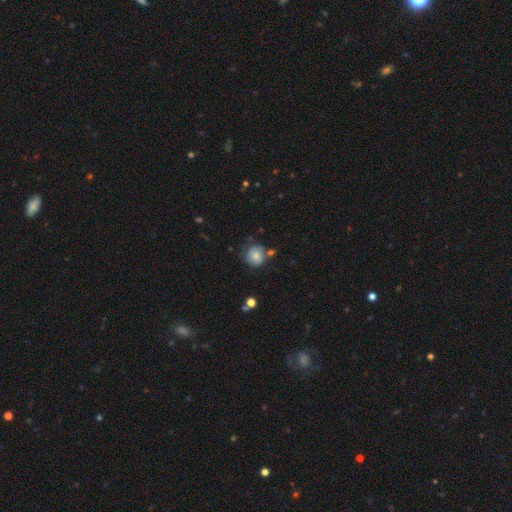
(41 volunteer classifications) Overall: smooth (73%). How rounded: round (73%). Merging: none (62%; minor disturbance 30%).